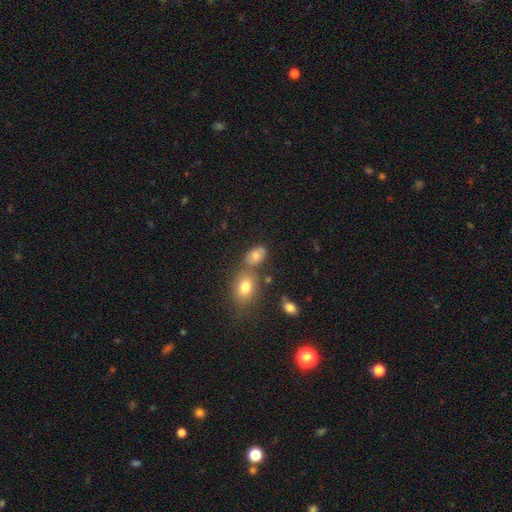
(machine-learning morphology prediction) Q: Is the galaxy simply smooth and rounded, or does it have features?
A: smooth — 76%.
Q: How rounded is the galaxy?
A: in between — 84%.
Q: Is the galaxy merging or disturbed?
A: none — 60%.